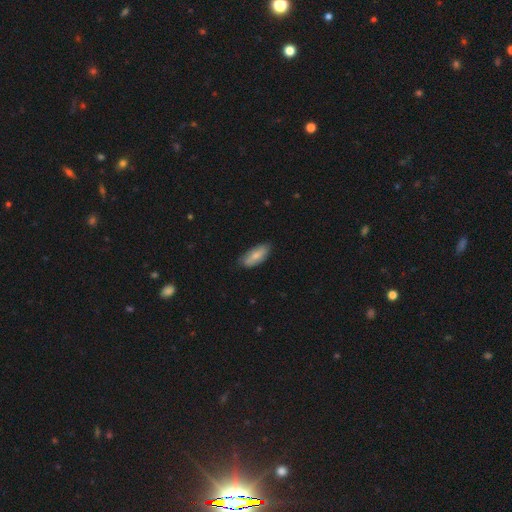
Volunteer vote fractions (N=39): A smooth galaxy with no disk features (62%) that is in between round and cigar-shaped (79%).

Vote fractions:
- Smooth or featured? smooth: 62% / featured or disk: 36% / star or artifact: 3%
- How rounded? in between: 79% / cigar-shaped: 17% / round: 4%
- Merging? none: 74% / minor disturbance: 18% / major disturbance: 8% / merger: 0%